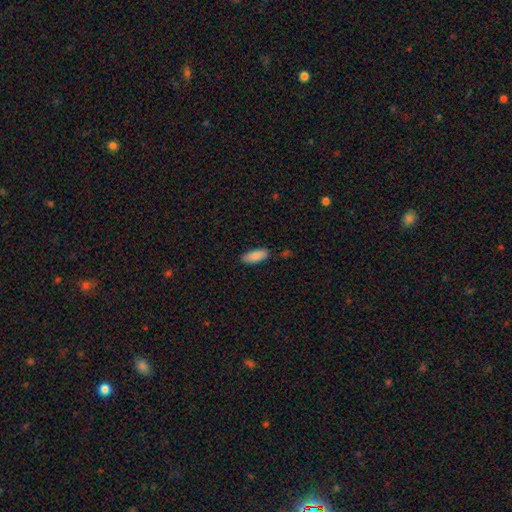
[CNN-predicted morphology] smooth_or_featured: smooth (p=0.88) [alt: star or artifact p=0.06]
how_rounded: in between (p=0.77) [alt: cigar-shaped p=0.22]
merging: none (p=0.83) [alt: minor disturbance p=0.12]